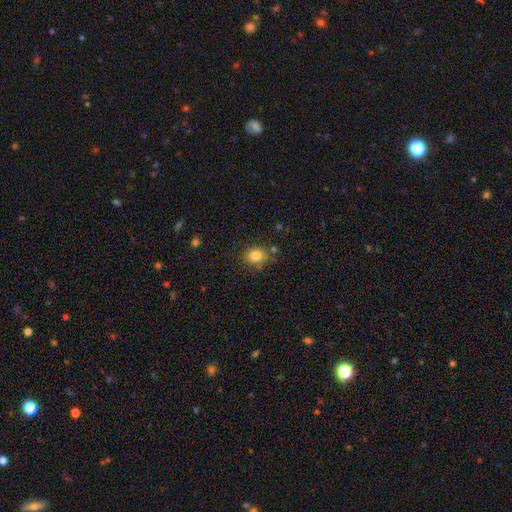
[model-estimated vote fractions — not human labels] Overall: smooth (82%). How rounded: round (57%; in between 42%). Merging: none (77%).